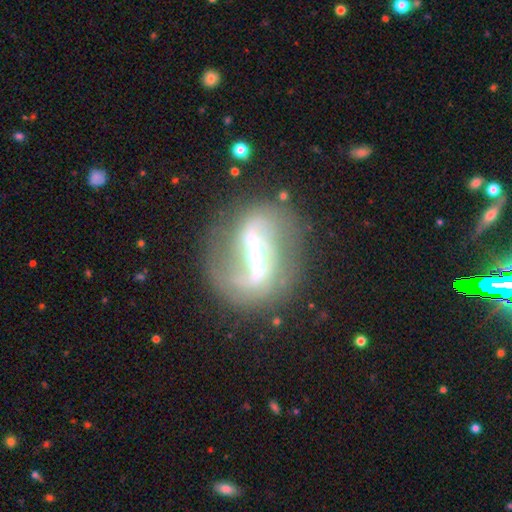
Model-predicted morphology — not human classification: Overall: featured or disk (79%). Edge-on disk: no (90%). Bar: strong (73%). Spiral arms: yes (76%). Spiral arm count: 2 (78%). Spiral winding: loose (55%; medium 31%). Bulge size: moderate (40%; small 32%). Merging: none (68%).